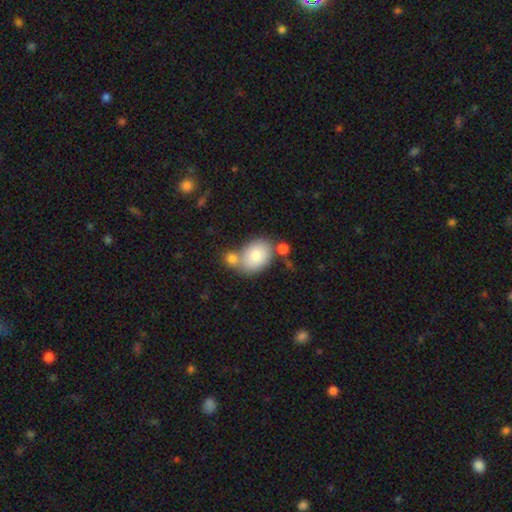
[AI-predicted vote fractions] smooth_or_featured: smooth (p=0.79) [alt: featured or disk p=0.13]
how_rounded: in between (p=0.70) [alt: round p=0.29]
merging: none (p=0.51) [alt: merger p=0.29]